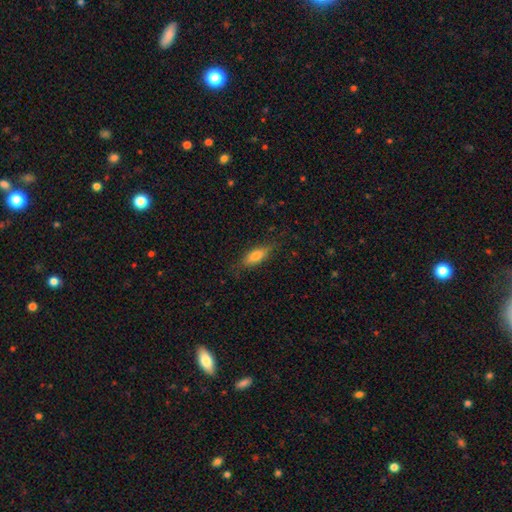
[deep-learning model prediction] smooth 74%, featured or disk 19%, star or artifact 7%. Down the decision tree: how rounded — in between (68%); merging — none (76%).